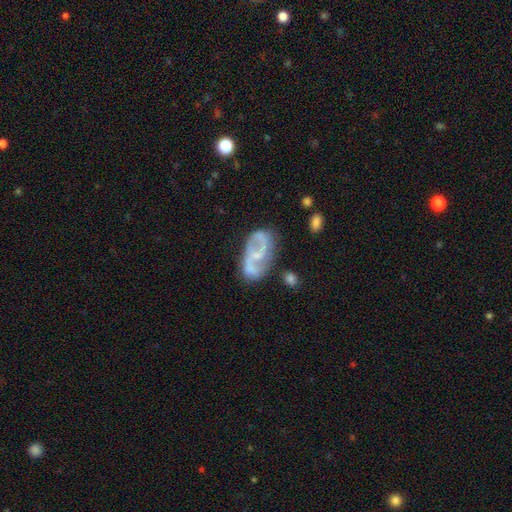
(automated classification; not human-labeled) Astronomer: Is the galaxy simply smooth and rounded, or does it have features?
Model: featured or disk — 81%.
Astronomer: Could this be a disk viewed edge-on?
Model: no — 97%.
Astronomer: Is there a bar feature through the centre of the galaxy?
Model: weak — 42% (runner-up: no, 40%).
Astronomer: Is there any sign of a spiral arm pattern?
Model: yes — 88%.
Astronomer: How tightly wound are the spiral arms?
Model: medium — 43% (runner-up: loose, 41%).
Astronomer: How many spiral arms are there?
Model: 2 — 84%.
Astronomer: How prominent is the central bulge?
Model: small — 51% (runner-up: none, 30%).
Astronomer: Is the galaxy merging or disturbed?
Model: none — 64%.